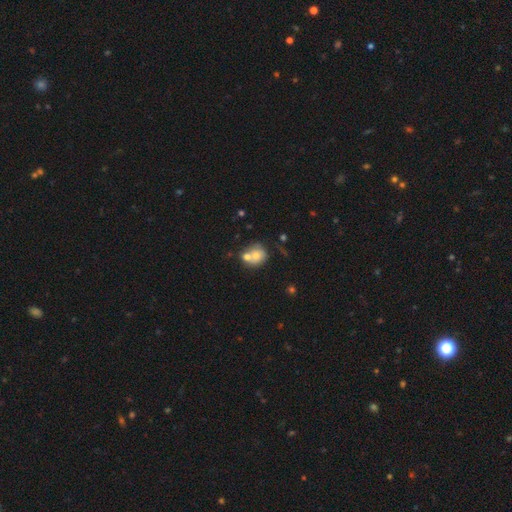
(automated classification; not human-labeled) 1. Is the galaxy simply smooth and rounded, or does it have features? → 68% smooth, 23% featured or disk, 10% star or artifact.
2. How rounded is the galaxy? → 73% round, 26% in between, 1% cigar-shaped.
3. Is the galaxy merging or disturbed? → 49% merger, 36% none, 11% minor disturbance, 5% major disturbance.